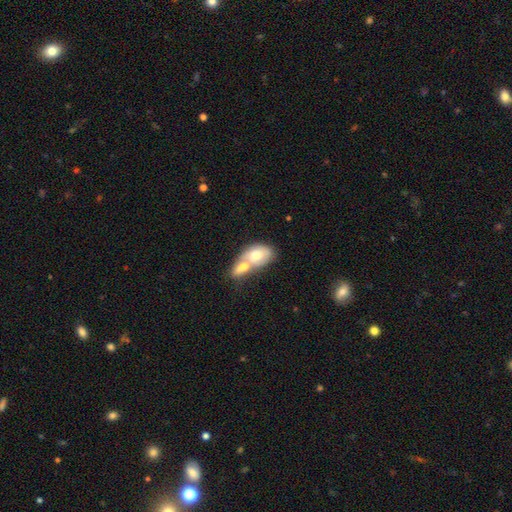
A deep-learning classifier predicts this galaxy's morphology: Smooth or featured? smooth (65%)
How rounded? in between (84%)
Merging? merger (74%)